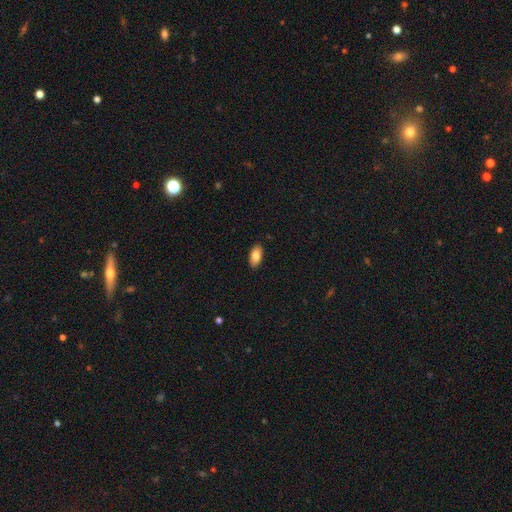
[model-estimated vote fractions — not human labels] Smooth or featured: smooth — 82% (featured or disk — 11%)
How rounded: in between — 93% (cigar-shaped — 4%)
Merging: none — 90% (minor disturbance — 8%)